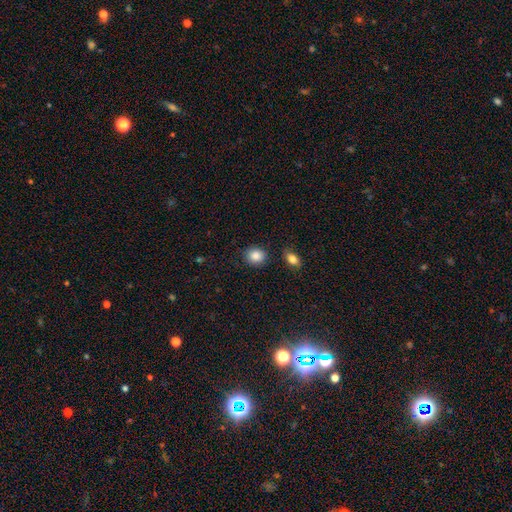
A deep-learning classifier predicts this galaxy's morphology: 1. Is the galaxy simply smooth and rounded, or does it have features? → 87% smooth, 8% star or artifact, 5% featured or disk.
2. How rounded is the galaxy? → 65% round, 33% in between, 1% cigar-shaped.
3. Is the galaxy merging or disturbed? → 85% none, 9% minor disturbance, 3% merger, 2% major disturbance.